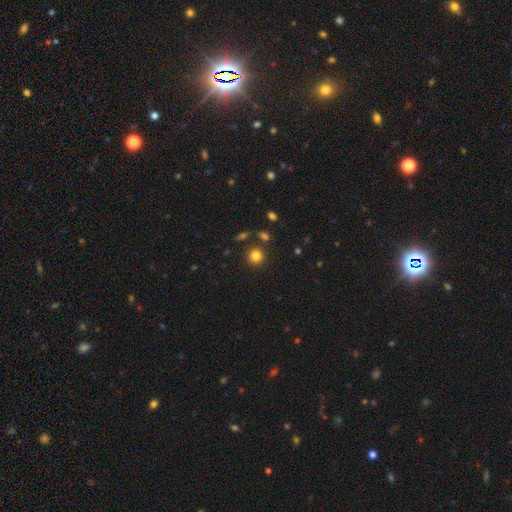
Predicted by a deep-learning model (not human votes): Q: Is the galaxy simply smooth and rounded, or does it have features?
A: smooth — 82%.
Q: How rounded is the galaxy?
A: round — 92%.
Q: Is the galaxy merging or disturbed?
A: none — 85%.